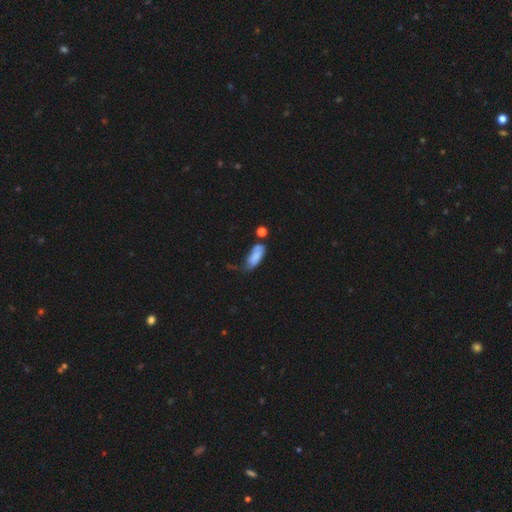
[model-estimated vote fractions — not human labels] Q: Smooth or featured?
A: smooth (79%); runner-up: featured or disk (13%)
Q: How rounded?
A: in between (81%); runner-up: cigar-shaped (16%)
Q: Merging?
A: minor disturbance (35%); tied with: none (35%)